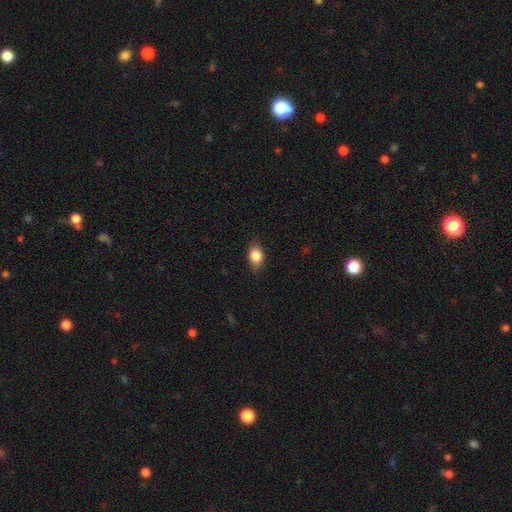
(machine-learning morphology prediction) Overall: smooth (80%). How rounded: in between (68%; round 29%). Merging: none (76%).